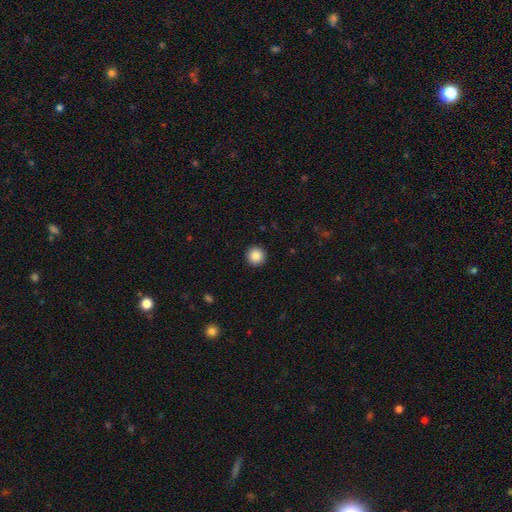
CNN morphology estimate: smooth_or_featured: smooth (p=0.87) [alt: star or artifact p=0.09]
how_rounded: round (p=0.96) [alt: in between p=0.03]
merging: none (p=0.93) [alt: minor disturbance p=0.04]